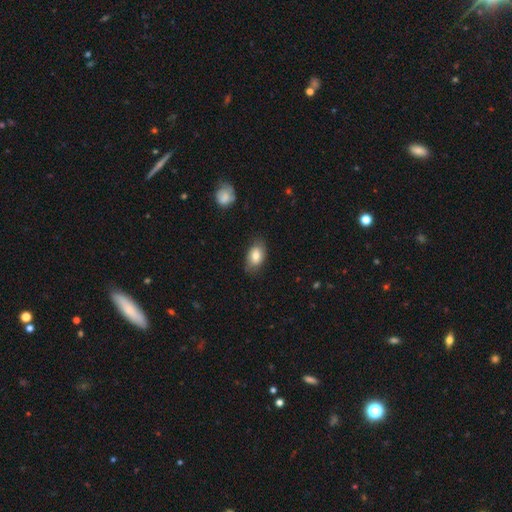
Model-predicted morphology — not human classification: The model was most divided on "merging": none: 77%, minor disturbance: 18%, major disturbance: 3%, merger: 1%. More confident: how rounded — in between (89%); smooth or featured — smooth (78%).